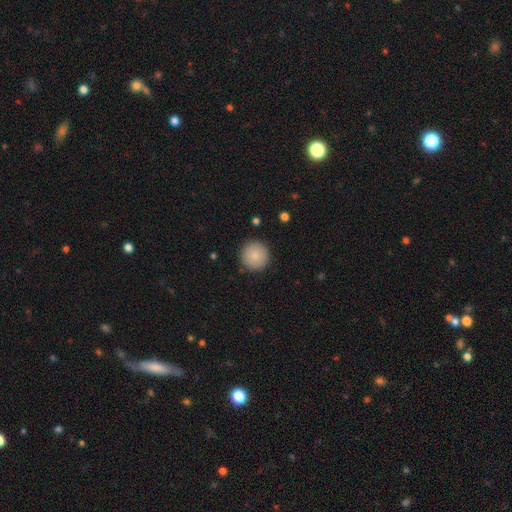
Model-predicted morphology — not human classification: Smooth or featured? smooth (86%)
How rounded? round (96%)
Merging? none (91%)